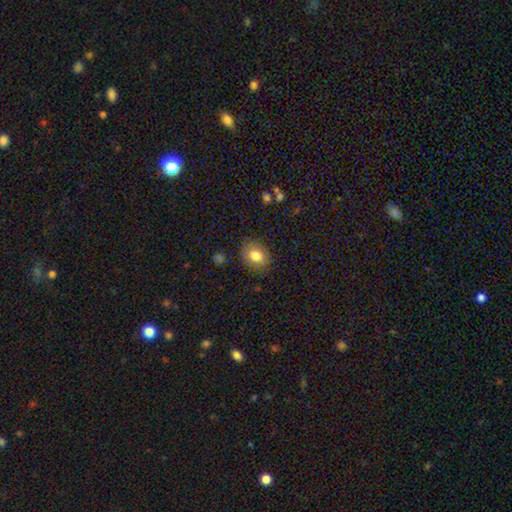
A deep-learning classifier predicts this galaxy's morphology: Overall: smooth (80%). How rounded: in between (61%; round 38%). Merging: none (84%).